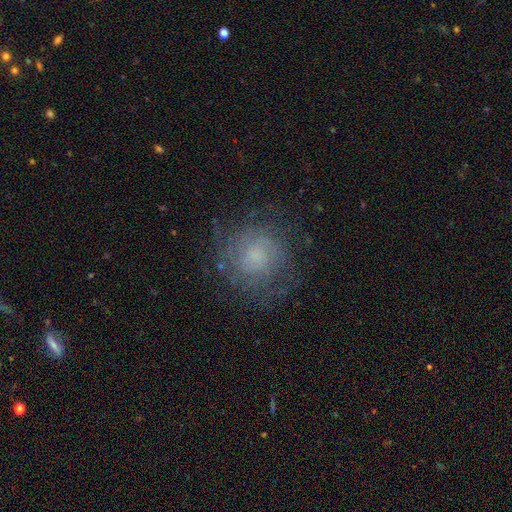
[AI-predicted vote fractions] Smooth or featured: featured or disk — 51% (smooth — 36%)
Edge-on disk: no — 97% (yes — 3%)
Merging: none — 73% (minor disturbance — 16%)